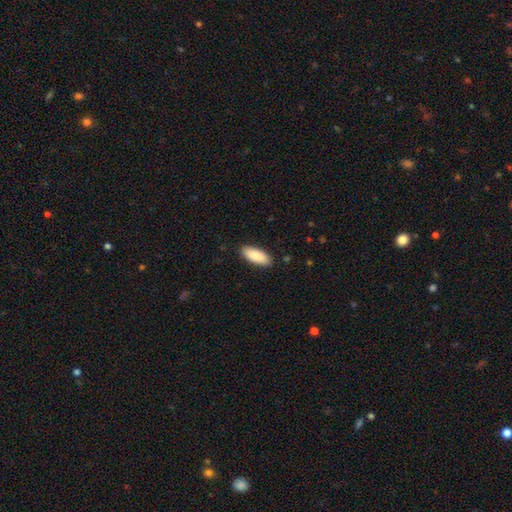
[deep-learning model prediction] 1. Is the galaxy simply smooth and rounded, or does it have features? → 90% smooth, 5% star or artifact, 5% featured or disk.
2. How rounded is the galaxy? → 80% in between, 18% cigar-shaped, 2% round.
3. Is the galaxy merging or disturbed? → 89% none, 8% minor disturbance, 2% major disturbance, 1% merger.